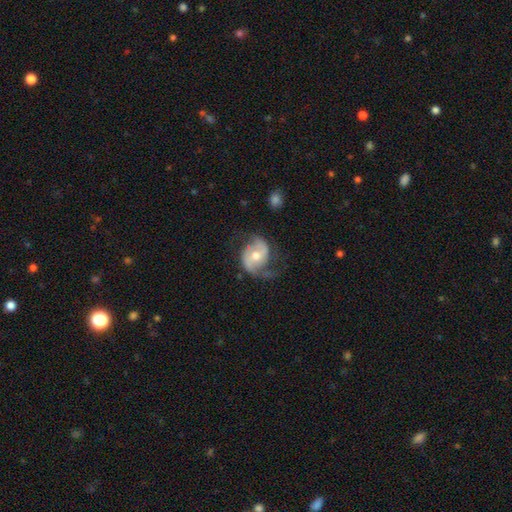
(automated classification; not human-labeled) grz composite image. It shows a featured or disk galaxy (78%) with no bar (51%), 2 (83%) medium (44%) spiral arms (91%) and a moderate central bulge (69%). Merging: none (58%).